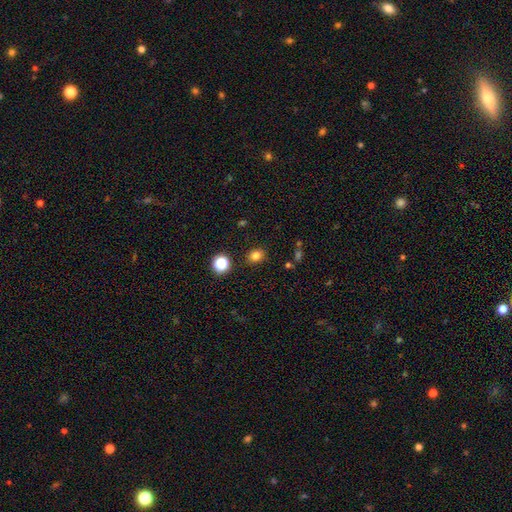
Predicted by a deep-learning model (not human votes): smooth-or-featured: smooth: 80% | star or artifact: 14% | featured or disk: 6%
  how-rounded: round: 59% | in between: 40% | cigar-shaped: 1%
  merging: none: 85% | minor disturbance: 9% | major disturbance: 3% | merger: 3%